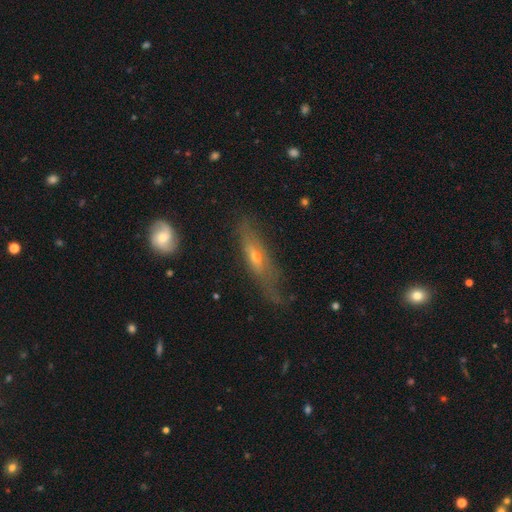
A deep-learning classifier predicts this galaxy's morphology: This appears to be a featured or disk galaxy (54%) viewed edge-on (59%). Merging: none (56%).